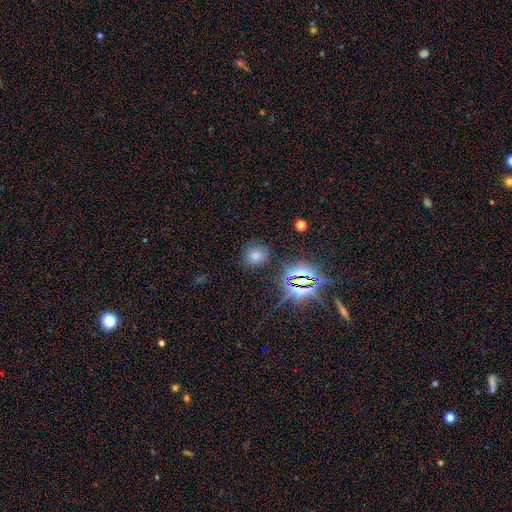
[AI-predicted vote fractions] This is possibly a smooth galaxy (50%). How rounded: likely round (75%). Merging: clearly none (83%).